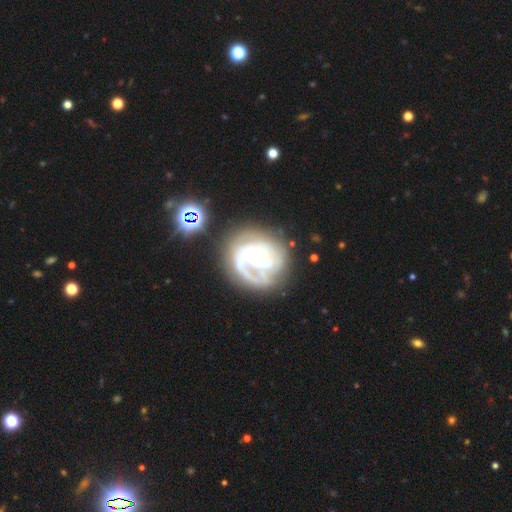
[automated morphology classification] A featured or disk galaxy (81%) with no bar (59%), 2 (28%, tied with can't tell) tight (55%) spiral arms (88%) and a small central bulge (49%). Merging: none (55%).